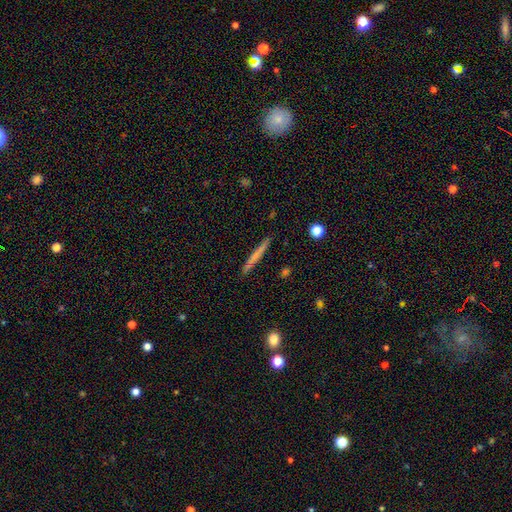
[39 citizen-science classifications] smooth 69%, featured or disk 26%, star or artifact 5%. Down the decision tree: how rounded — cigar-shaped (93%); merging — none (92%).